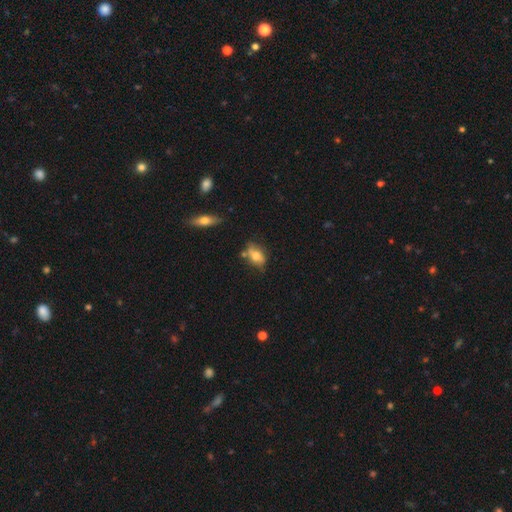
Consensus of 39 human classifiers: Overall: smooth (54%; featured or disk 41%). How rounded: in between (76%). Merging: none (49%; minor disturbance 24%).